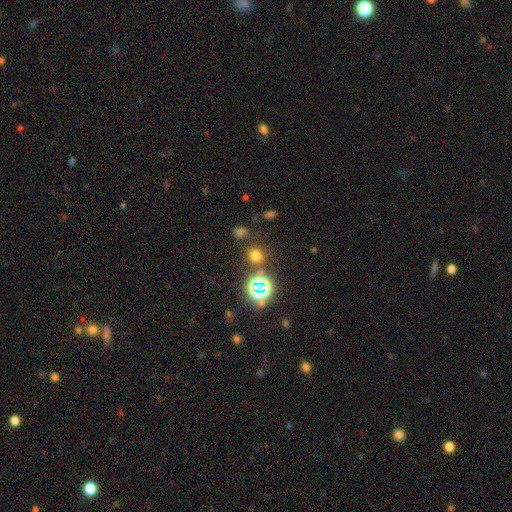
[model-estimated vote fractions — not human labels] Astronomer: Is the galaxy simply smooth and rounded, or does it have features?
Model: smooth — 63%.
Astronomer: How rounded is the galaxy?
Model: round — 86%.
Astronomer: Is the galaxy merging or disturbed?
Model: none — 80%.